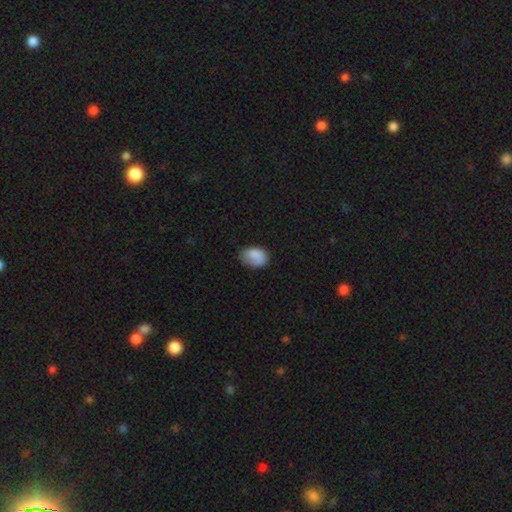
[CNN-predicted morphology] The model was most divided on "merging": none: 60%, minor disturbance: 28%, major disturbance: 10%, merger: 2%. More confident: smooth or featured — smooth (82%); how rounded — in between (78%).